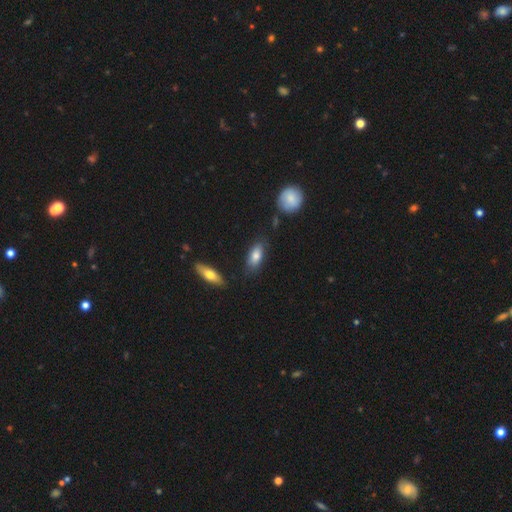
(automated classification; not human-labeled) Smooth or featured? smooth (80%)
How rounded? in between (84%)
Merging? none (76%)